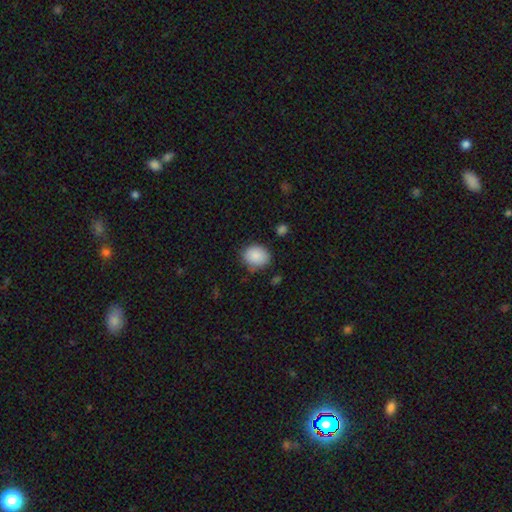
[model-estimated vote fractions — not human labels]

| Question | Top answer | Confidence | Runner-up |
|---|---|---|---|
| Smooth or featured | smooth | 87% | star or artifact (8%) |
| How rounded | round | 58% | in between (42%) |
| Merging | none | 75% | minor disturbance (18%) |